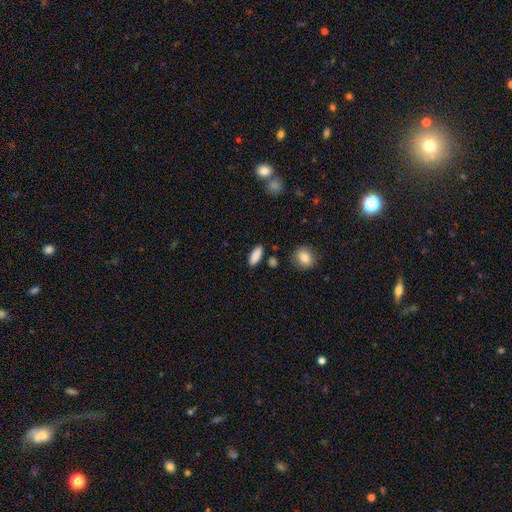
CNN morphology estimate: This is clearly a smooth galaxy (88%). How rounded: likely in between (73%). Merging: clearly none (85%).